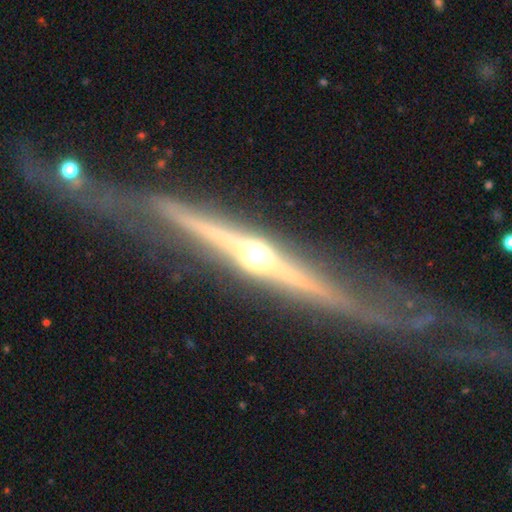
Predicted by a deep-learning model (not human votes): smooth_or_featured: featured or disk (p=0.83) [alt: smooth p=0.10]
disk_edge_on: yes (p=0.96) [alt: no p=0.04]
edge_on_bulge: rounded (p=0.94) [alt: boxy p=0.04]
merging: none (p=0.84) [alt: minor disturbance p=0.10]